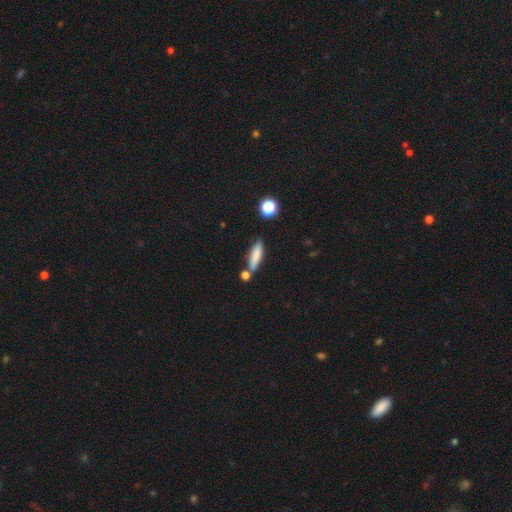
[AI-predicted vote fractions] Overall: smooth (79%). How rounded: cigar-shaped (67%; in between 30%). Merging: none (68%).